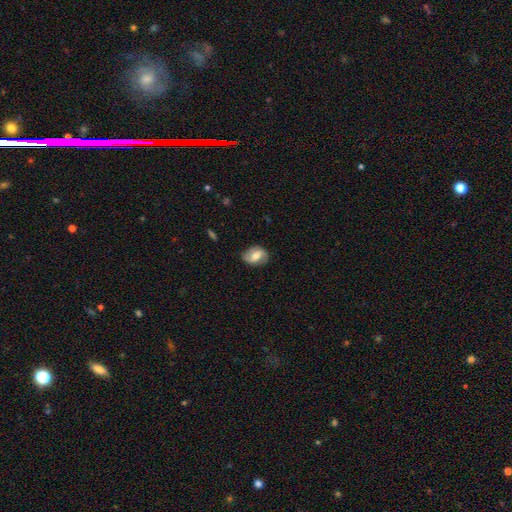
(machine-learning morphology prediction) featured or disk 48%, smooth 45%, star or artifact 7%. Down the decision tree: merging — none (77%).